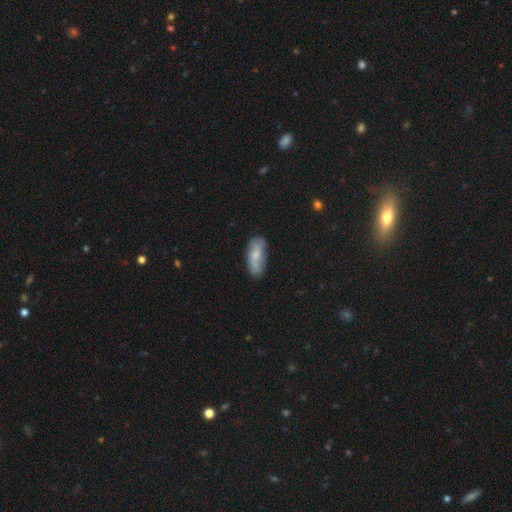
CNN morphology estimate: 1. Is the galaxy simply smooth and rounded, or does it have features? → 68% smooth, 26% featured or disk, 7% star or artifact.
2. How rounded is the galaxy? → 81% in between, 17% cigar-shaped, 2% round.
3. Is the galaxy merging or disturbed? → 68% none, 24% minor disturbance, 5% major disturbance, 2% merger.